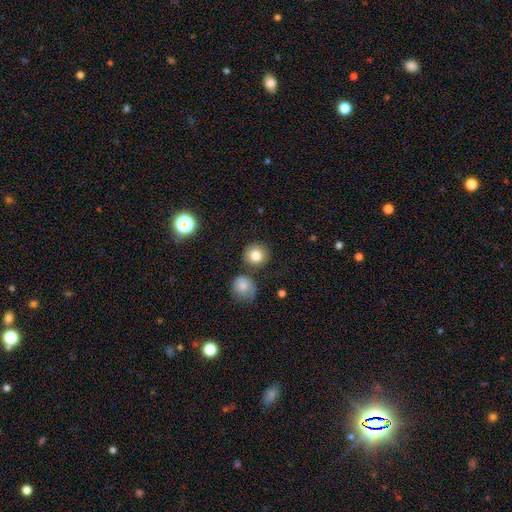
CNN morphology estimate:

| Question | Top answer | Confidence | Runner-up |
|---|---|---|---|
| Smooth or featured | smooth | 82% | star or artifact (10%) |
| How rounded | round | 91% | in between (8%) |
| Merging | none | 79% | minor disturbance (10%) |